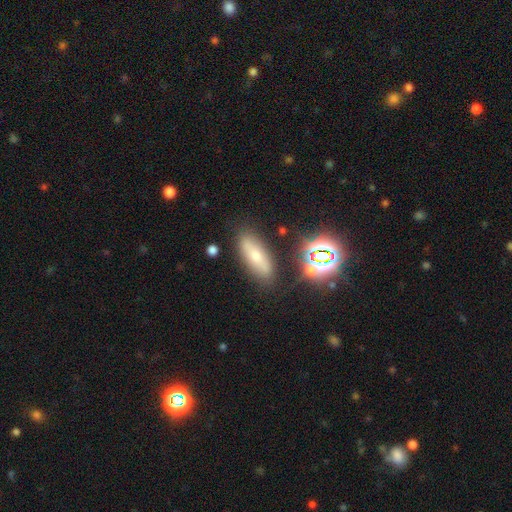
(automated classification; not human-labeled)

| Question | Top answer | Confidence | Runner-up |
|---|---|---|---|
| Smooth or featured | smooth | 55% | featured or disk (28%) |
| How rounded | in between | 55% | cigar-shaped (40%) |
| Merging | none | 82% | minor disturbance (11%) |